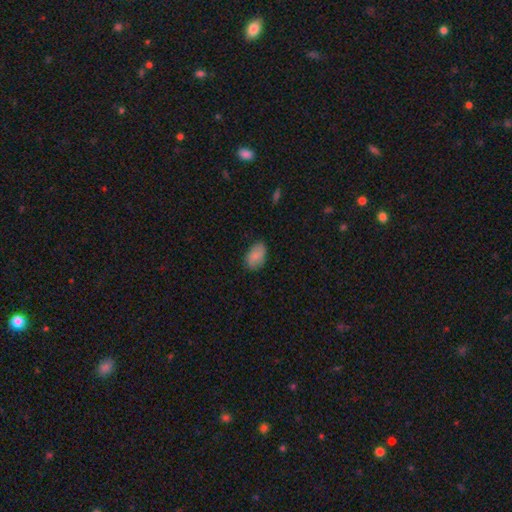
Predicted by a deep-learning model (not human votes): Smooth or featured? smooth (82%)
How rounded? in between (90%)
Merging? none (79%)